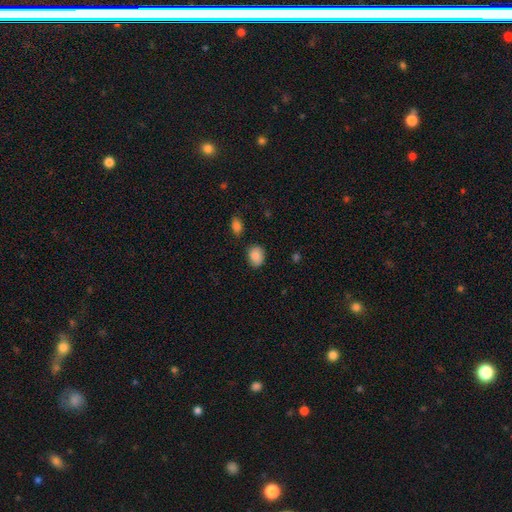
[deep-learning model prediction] Morphology: type=smooth (87%); roundness=in between (52%); merging=none (79%).